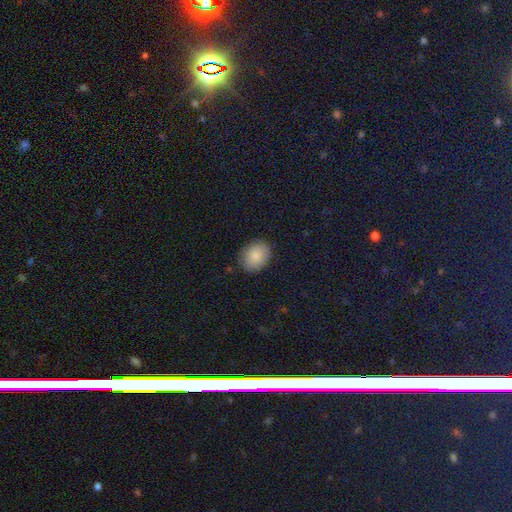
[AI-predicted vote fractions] This appears to be a smooth galaxy with no disk features (85%) that is in between round and cigar-shaped (54%). Merging: none (86%).